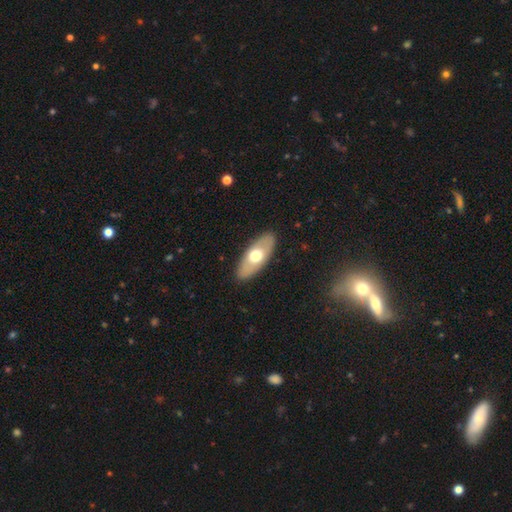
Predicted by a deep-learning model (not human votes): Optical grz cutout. It shows a smooth galaxy with no disk features (57%) that is in between round and cigar-shaped (84%). Merging: none (89%).